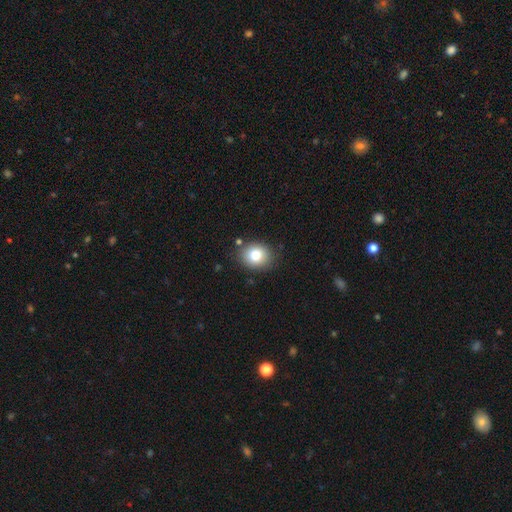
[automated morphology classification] Smooth or featured? Predicted: smooth (p=0.80). How rounded? Predicted: round (p=0.63). Merging? Predicted: none (p=0.84).